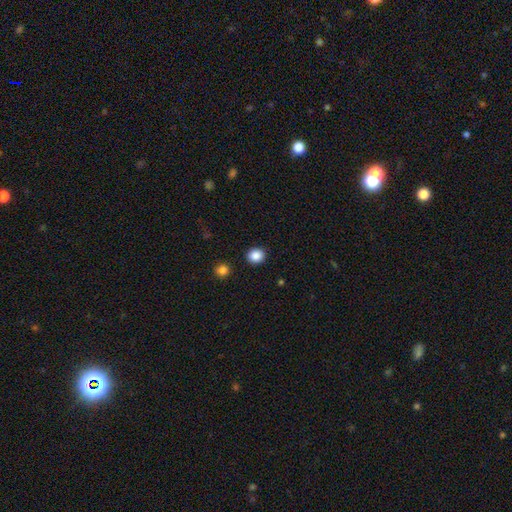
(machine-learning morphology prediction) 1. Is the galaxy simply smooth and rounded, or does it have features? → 87% smooth, 10% star or artifact, 3% featured or disk.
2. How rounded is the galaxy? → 76% round, 23% in between, 1% cigar-shaped.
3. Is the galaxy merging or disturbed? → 90% none, 6% minor disturbance, 2% major disturbance, 2% merger.